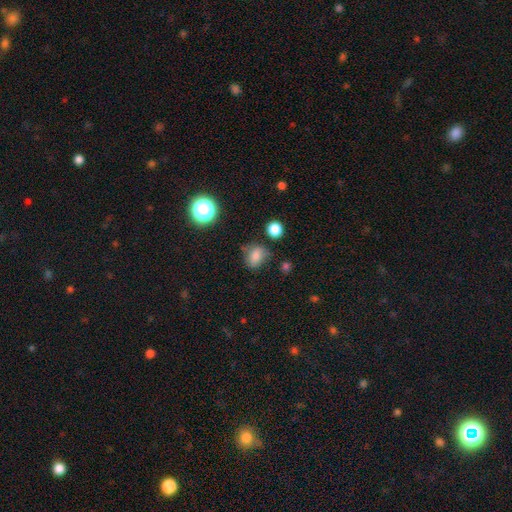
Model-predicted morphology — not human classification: smooth_or_featured: smooth (p=0.76) [alt: star or artifact p=0.15]
how_rounded: in between (p=0.50) [alt: round p=0.49]
merging: none (p=0.64) [alt: minor disturbance p=0.24]